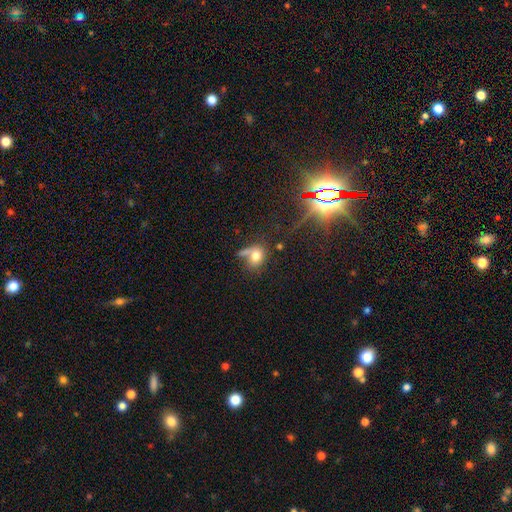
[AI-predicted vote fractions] Morphology: type=smooth (72%); roundness=in between (57%); merging=none (42%).